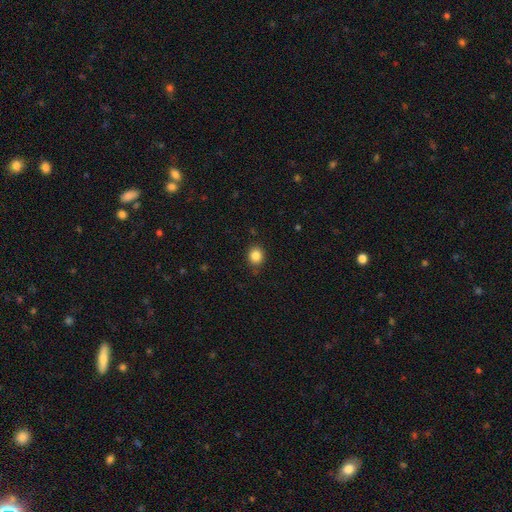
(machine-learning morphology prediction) This is clearly a smooth galaxy (85%). How rounded: likely round (74%). Merging: clearly none (86%).